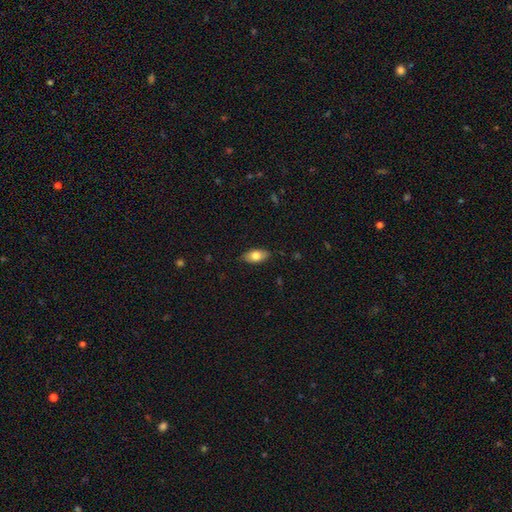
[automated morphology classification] smooth 75%, featured or disk 19%, star or artifact 7%. Down the decision tree: how rounded — in between (89%); merging — none (85%).